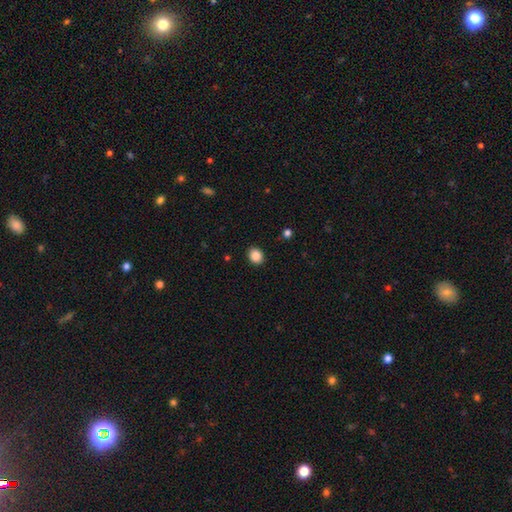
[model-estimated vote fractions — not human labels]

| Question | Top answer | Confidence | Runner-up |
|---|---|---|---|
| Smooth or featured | smooth | 87% | star or artifact (9%) |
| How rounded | round | 62% | in between (37%) |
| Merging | none | 90% | minor disturbance (7%) |